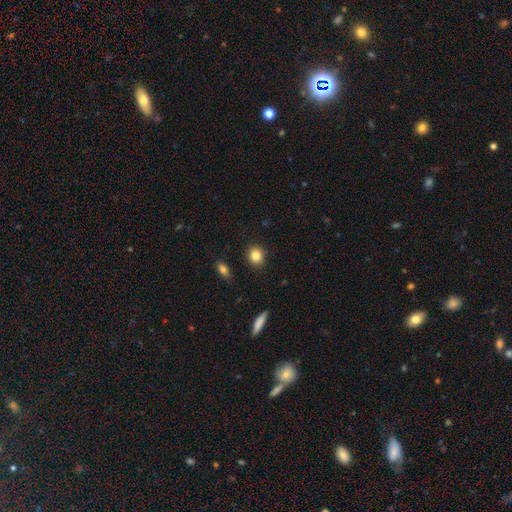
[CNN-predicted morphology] smooth-or-featured: smooth: 85% | star or artifact: 10% | featured or disk: 6%
  how-rounded: round: 77% | in between: 22% | cigar-shaped: 2%
  merging: none: 89% | minor disturbance: 7% | major disturbance: 2% | merger: 2%